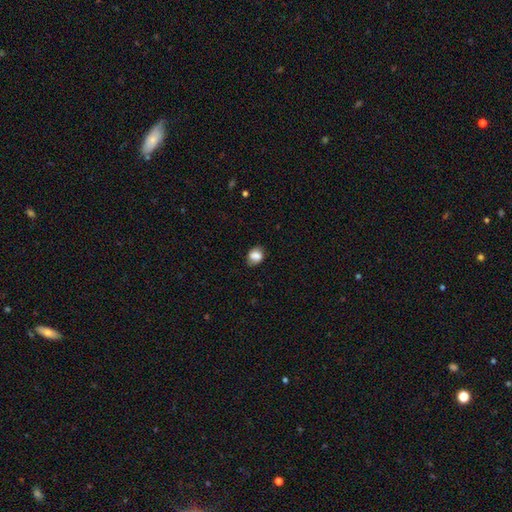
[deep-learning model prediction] A smooth galaxy with no disk features (80%) that is in between round and cigar-shaped (53%).

Vote fractions:
- Smooth or featured? smooth: 80% / featured or disk: 11% / star or artifact: 9%
- How rounded? in between: 53% / round: 46% / cigar-shaped: 1%
- Merging? none: 71% / minor disturbance: 22% / major disturbance: 5% / merger: 2%